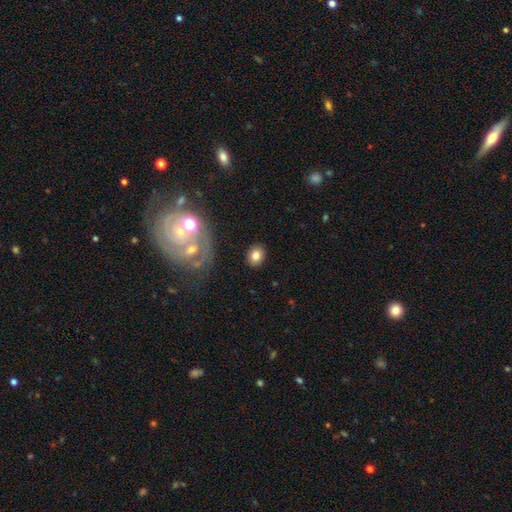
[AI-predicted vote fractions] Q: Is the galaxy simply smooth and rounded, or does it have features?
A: smooth — 79%.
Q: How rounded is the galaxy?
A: round — 57%.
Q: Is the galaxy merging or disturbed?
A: none — 87%.